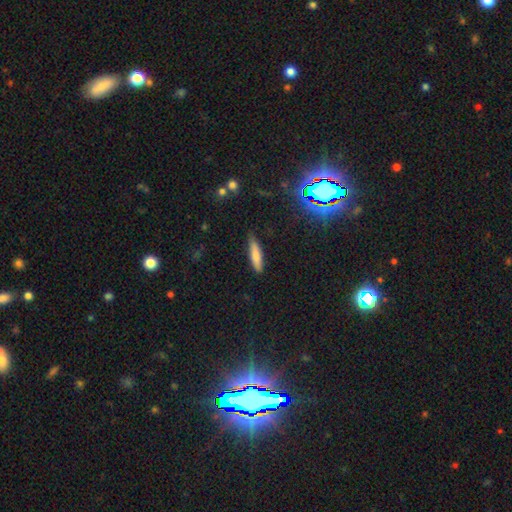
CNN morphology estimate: Smooth or featured? smooth (78%)
How rounded? cigar-shaped (76%)
Merging? none (77%)